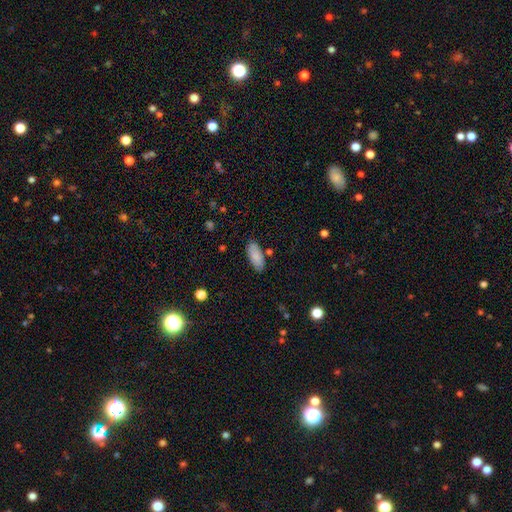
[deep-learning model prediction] Smooth or featured?
  - smooth: 86% *
  - featured or disk: 8%
  - star or artifact: 6%
How rounded?
  - in between: 86% *
  - cigar-shaped: 12%
  - round: 2%
Merging?
  - none: 83% *
  - minor disturbance: 11%
  - merger: 3%
  - major disturbance: 3%